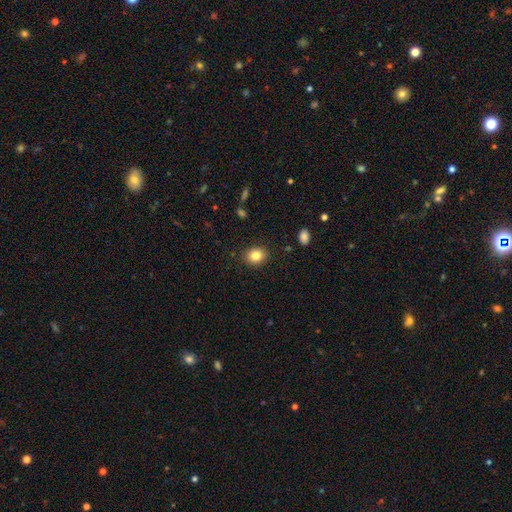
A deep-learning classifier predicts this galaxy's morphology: smooth 83%, star or artifact 10%, featured or disk 7%. Down the decision tree: how rounded — round (58%); merging — none (89%).